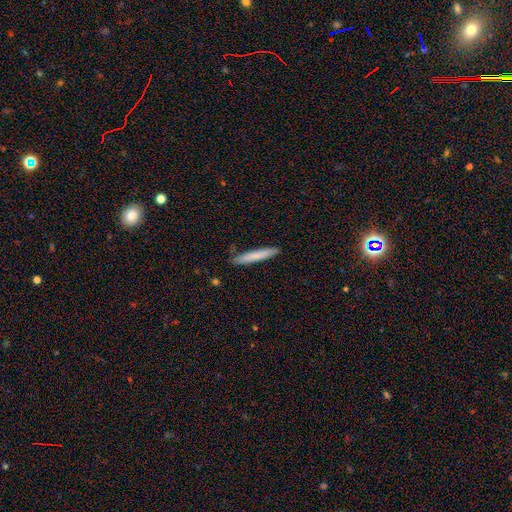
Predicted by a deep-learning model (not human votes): A smooth galaxy with no disk features (76%) that is cigar-shaped (95%). Merging: none (86%).